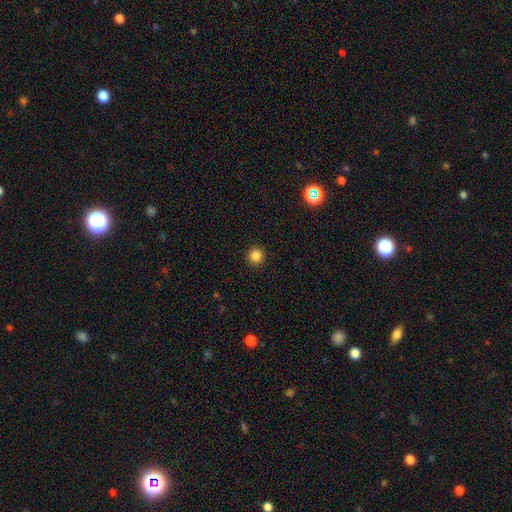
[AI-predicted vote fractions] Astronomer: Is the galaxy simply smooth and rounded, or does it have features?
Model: smooth — 85%.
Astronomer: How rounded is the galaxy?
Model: round — 95%.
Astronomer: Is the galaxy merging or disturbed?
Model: none — 93%.